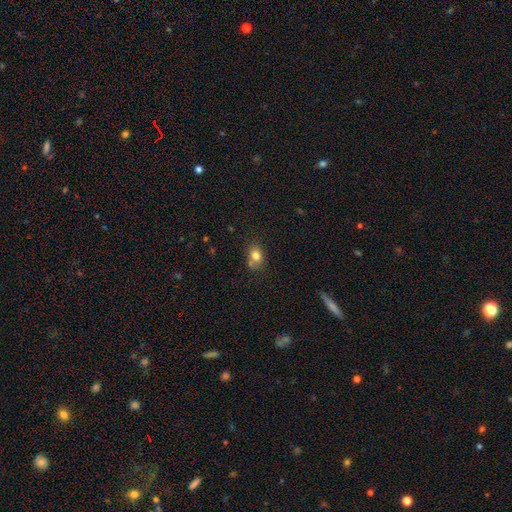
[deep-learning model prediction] A smooth galaxy with no disk features (79%) that is in between round and cigar-shaped (58%). Merging: none (58%).